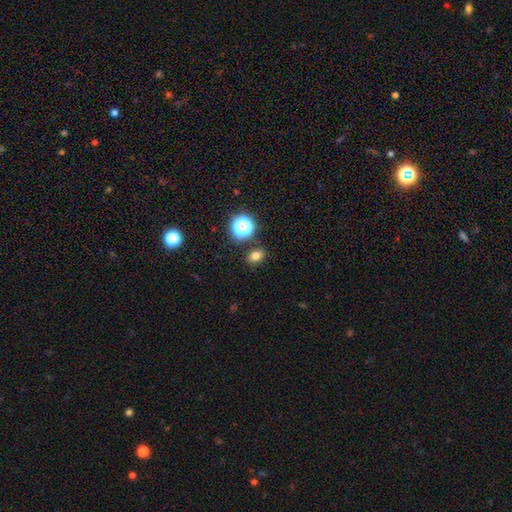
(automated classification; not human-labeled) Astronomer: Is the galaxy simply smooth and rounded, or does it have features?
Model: smooth — 75%.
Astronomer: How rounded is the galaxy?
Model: in between — 64%.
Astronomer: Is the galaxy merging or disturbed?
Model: none — 84%.